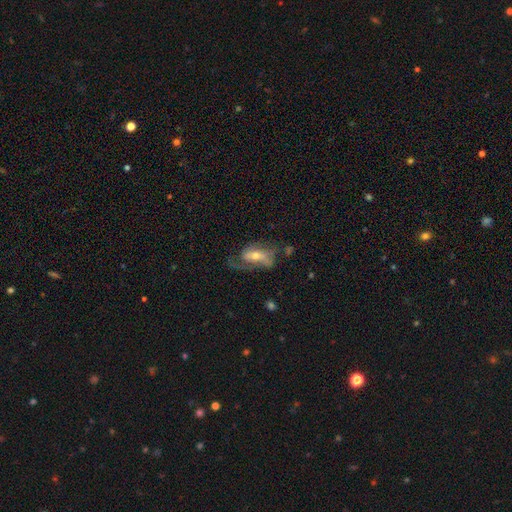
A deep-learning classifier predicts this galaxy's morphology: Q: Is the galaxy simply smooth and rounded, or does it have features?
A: featured or disk — 70%.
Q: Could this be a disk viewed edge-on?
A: no — 92%.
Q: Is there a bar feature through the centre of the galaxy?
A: no — 45%.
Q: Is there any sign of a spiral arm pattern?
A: yes — 83%.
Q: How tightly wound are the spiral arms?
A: medium — 40%.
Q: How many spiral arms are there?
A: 2 — 52%.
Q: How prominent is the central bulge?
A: moderate — 54%.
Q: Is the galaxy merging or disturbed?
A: none — 43%.